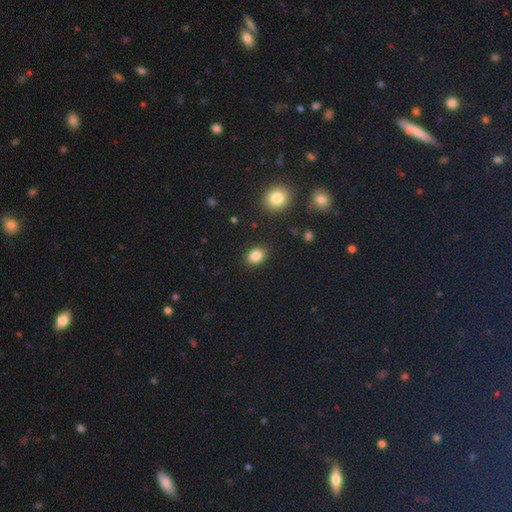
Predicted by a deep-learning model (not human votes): Smooth or featured: smooth — 85% (star or artifact — 10%)
How rounded: in between — 63% (round — 36%)
Merging: none — 88% (minor disturbance — 8%)